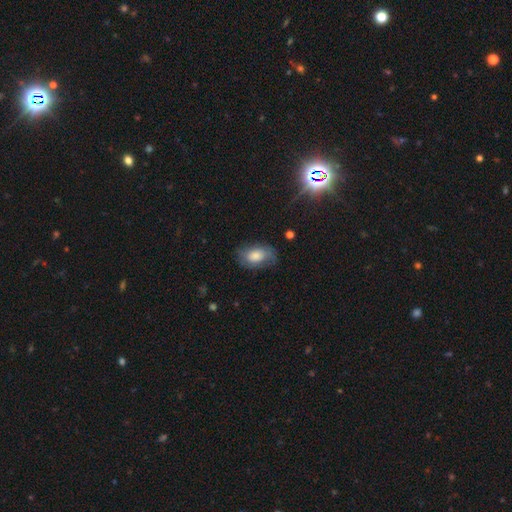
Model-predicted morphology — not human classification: smooth 60%, featured or disk 32%, star or artifact 8%. Down the decision tree: how rounded — in between (88%); merging — none (63%).